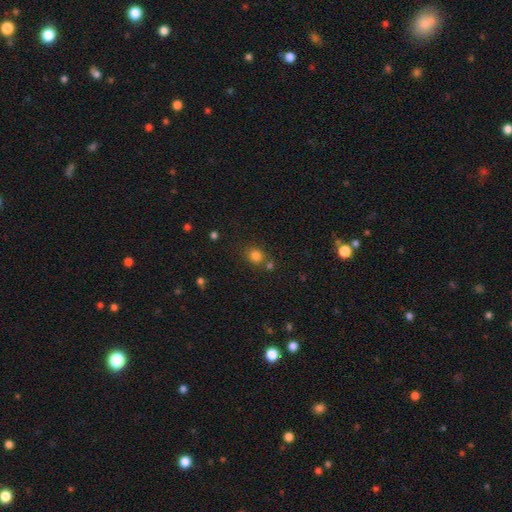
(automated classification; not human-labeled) Morphology: type=smooth (80%); roundness=round (78%); merging=none (69%).